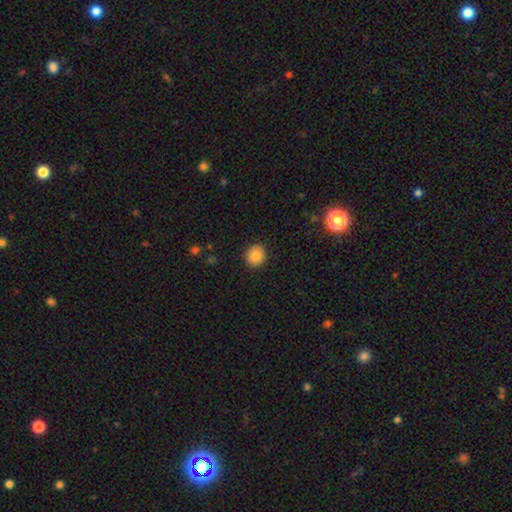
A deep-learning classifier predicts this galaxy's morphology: Smooth or featured: smooth — 86% (star or artifact — 9%)
How rounded: round — 88% (in between — 11%)
Merging: none — 89% (minor disturbance — 8%)